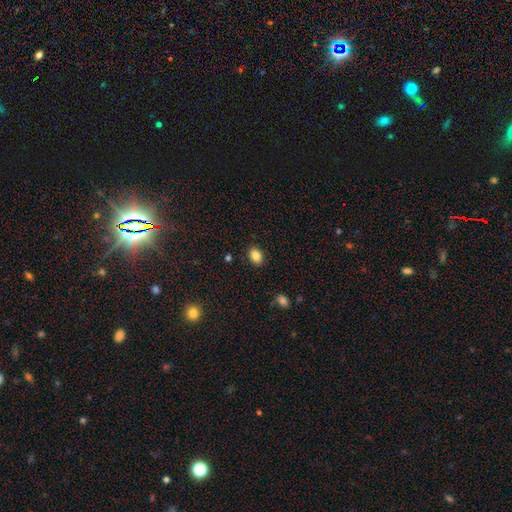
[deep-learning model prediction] Smooth or featured: smooth — 85% (star or artifact — 9%)
How rounded: in between — 73% (round — 25%)
Merging: none — 87% (minor disturbance — 9%)